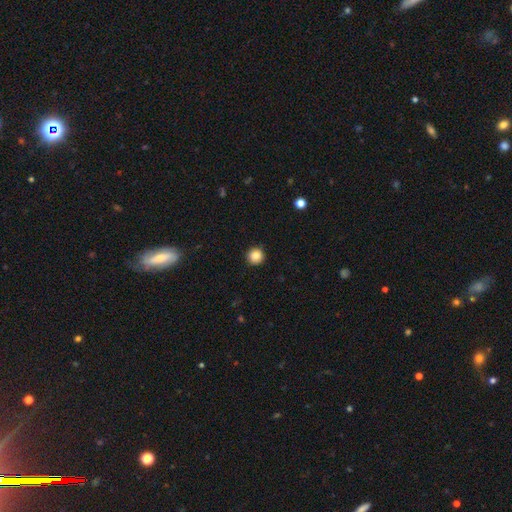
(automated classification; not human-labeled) The model was most divided on "smooth or featured": smooth: 86%, star or artifact: 10%, featured or disk: 4%. More confident: how rounded — round (95%); merging — none (92%).